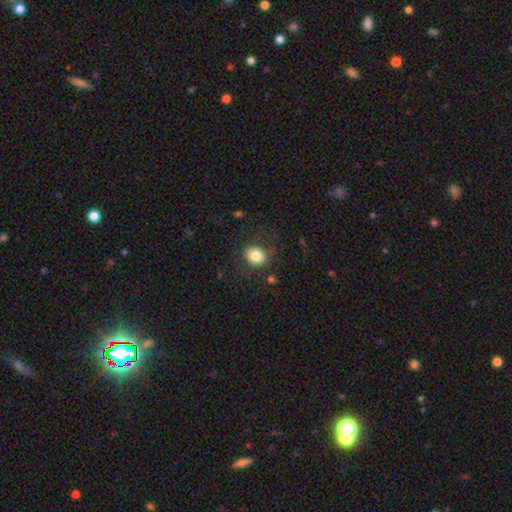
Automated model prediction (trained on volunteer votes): The model was most divided on "how rounded": round: 63%, in between: 36%, cigar-shaped: 1%. More confident: smooth or featured — smooth (82%); merging — none (79%).